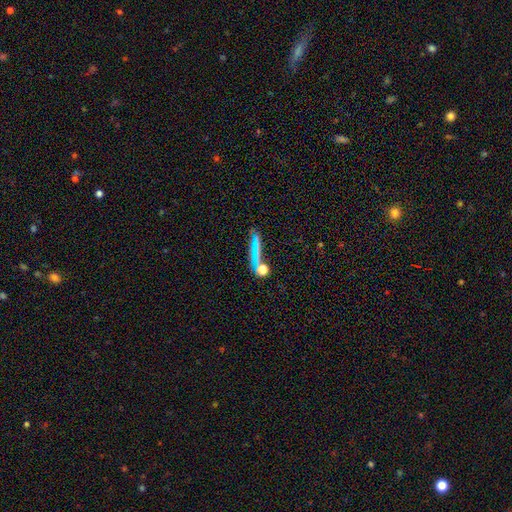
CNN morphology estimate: This appears to be a smooth galaxy with no disk features (53%) that is cigar-shaped (63%). Merging: none (69%).